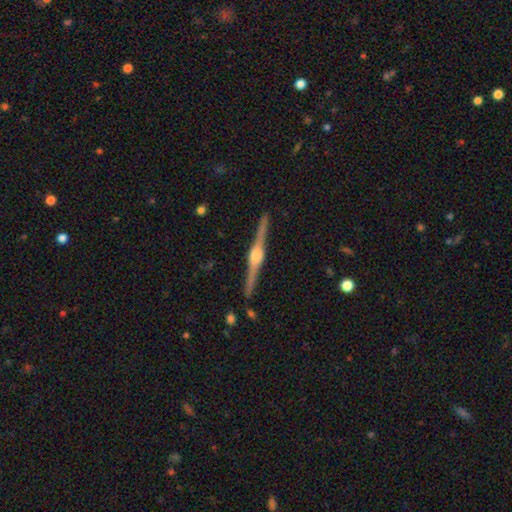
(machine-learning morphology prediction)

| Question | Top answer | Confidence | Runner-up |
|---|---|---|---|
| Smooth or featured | featured or disk | 89% | smooth (6%) |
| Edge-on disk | yes | 99% | no (1%) |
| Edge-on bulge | rounded | 92% | boxy (6%) |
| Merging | none | 92% | minor disturbance (5%) |